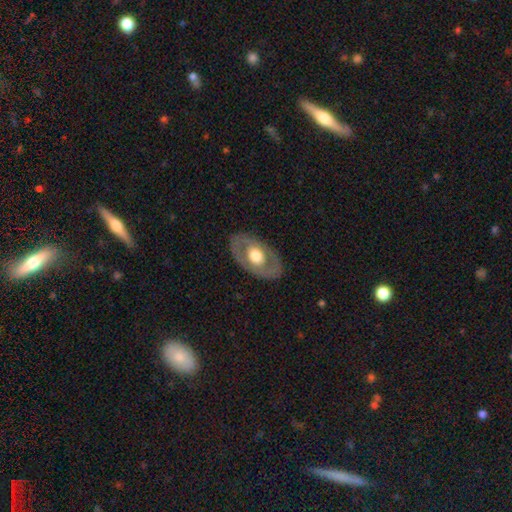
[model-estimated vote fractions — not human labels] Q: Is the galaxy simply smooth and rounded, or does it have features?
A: featured or disk — 56%.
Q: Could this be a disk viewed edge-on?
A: no — 89%.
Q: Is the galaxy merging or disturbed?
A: none — 82%.